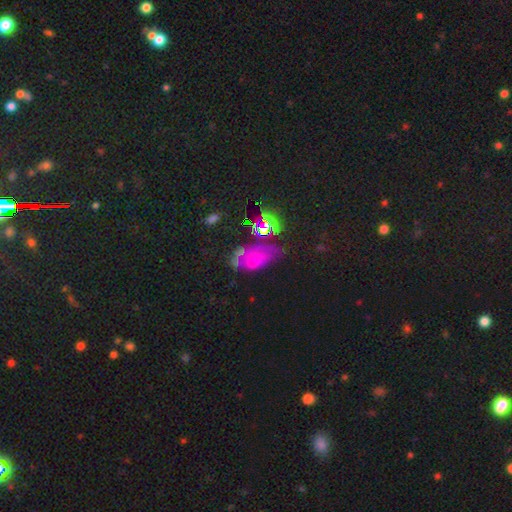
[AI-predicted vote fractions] This is marginally a star or artifact rather than a galaxy (45%).